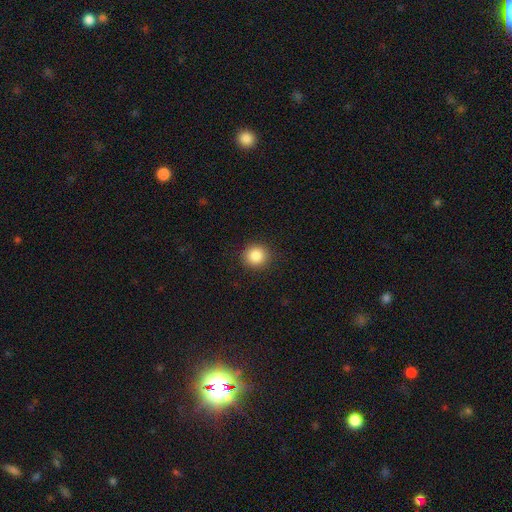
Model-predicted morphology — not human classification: Smooth or featured?
  - smooth: 86% *
  - star or artifact: 10%
  - featured or disk: 4%
How rounded?
  - round: 90% *
  - in between: 9%
  - cigar-shaped: 1%
Merging?
  - none: 91% *
  - minor disturbance: 6%
  - major disturbance: 2%
  - merger: 1%